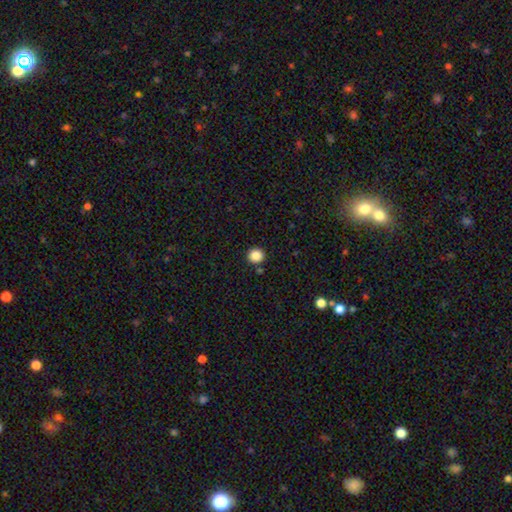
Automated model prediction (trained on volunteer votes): Smooth or featured: smooth — 86% (star or artifact — 11%)
How rounded: round — 93% (in between — 6%)
Merging: none — 90% (minor disturbance — 5%)